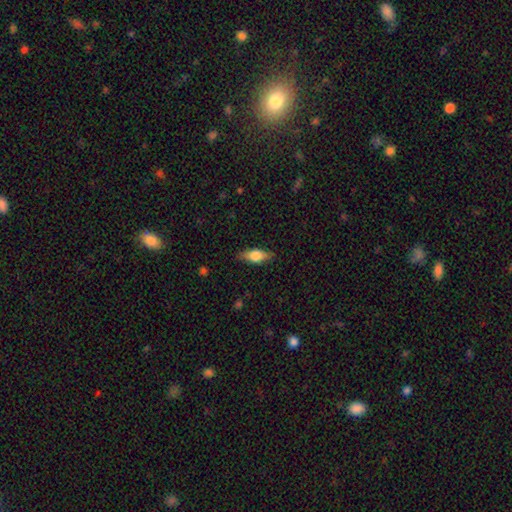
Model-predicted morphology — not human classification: Smooth or featured? Predicted: smooth (p=0.60). How rounded? Predicted: in between (p=0.68). Merging? Predicted: none (p=0.86).